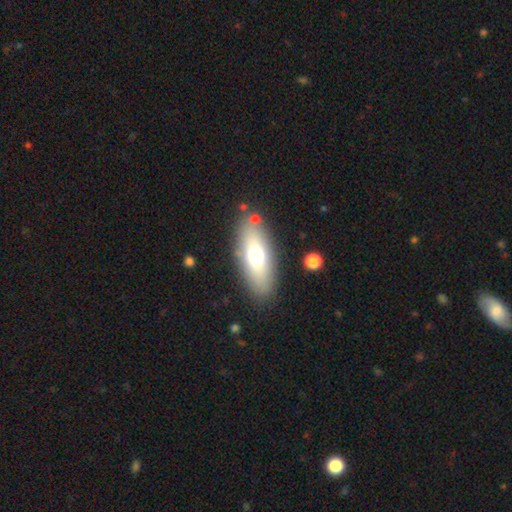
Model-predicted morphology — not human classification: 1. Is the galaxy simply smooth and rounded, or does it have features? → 64% smooth, 26% featured or disk, 10% star or artifact.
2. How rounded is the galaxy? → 77% in between, 18% cigar-shaped, 5% round.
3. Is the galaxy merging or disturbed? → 82% none, 10% minor disturbance, 4% major disturbance, 4% merger.